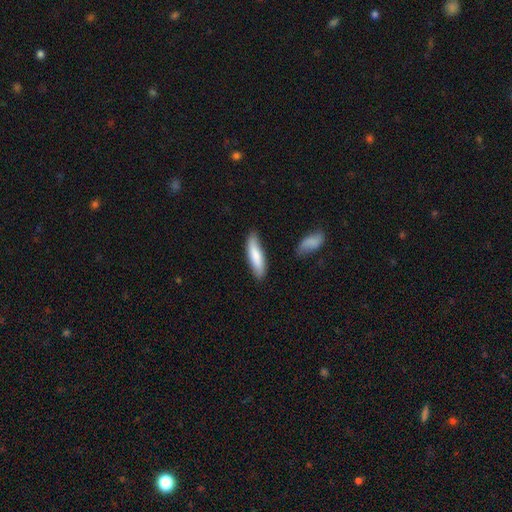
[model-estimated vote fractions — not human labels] Smooth or featured: smooth — 80% (featured or disk — 15%)
How rounded: cigar-shaped — 68% (in between — 31%)
Merging: none — 77% (minor disturbance — 16%)